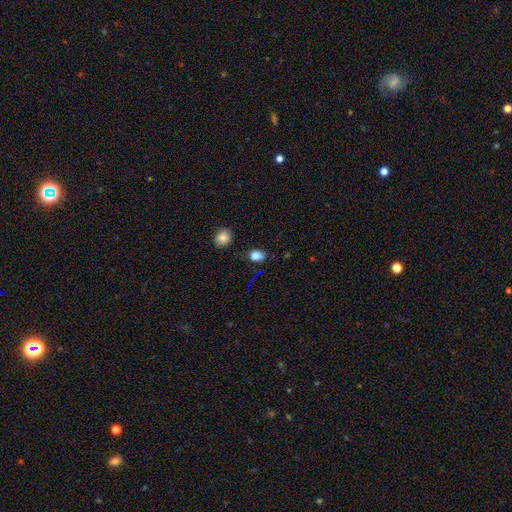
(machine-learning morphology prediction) Smooth or featured? smooth (80%)
How rounded? in between (69%)
Merging? none (81%)